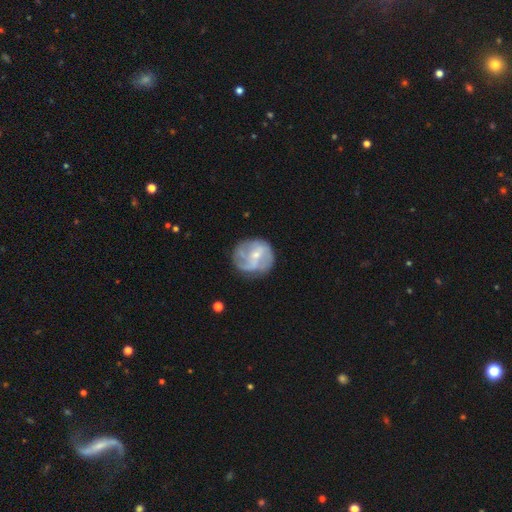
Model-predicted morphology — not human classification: The model was most divided on "bar": no: 44%, weak: 42%, strong: 14%. Remaining: edge-on disk — no (98%); spiral arms — yes (78%); smooth or featured — featured or disk (71%); bulge size — small (66%); merging — none (65%); spiral winding — medium (41%); spiral arm count — can't tell (31%).